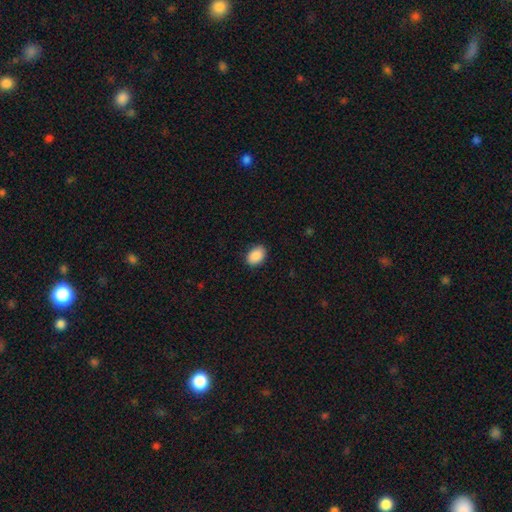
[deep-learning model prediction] Smooth or featured?
  - smooth: 90% *
  - star or artifact: 7%
  - featured or disk: 3%
How rounded?
  - in between: 83% *
  - round: 16%
  - cigar-shaped: 1%
Merging?
  - none: 88% *
  - minor disturbance: 9%
  - major disturbance: 2%
  - merger: 1%